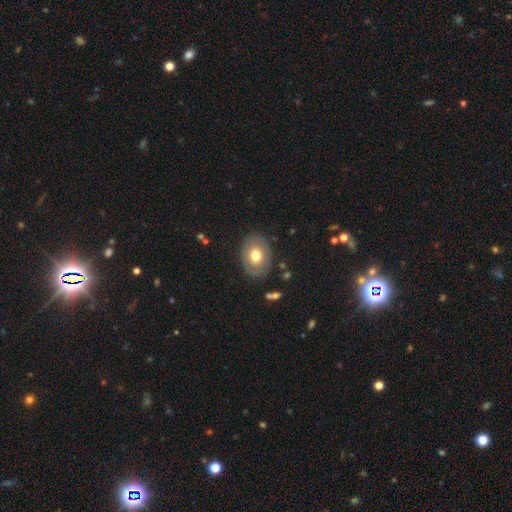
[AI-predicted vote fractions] Q: Smooth or featured?
A: smooth (62%); runner-up: featured or disk (31%)
Q: How rounded?
A: in between (66%); runner-up: round (33%)
Q: Merging?
A: none (83%); runner-up: minor disturbance (12%)